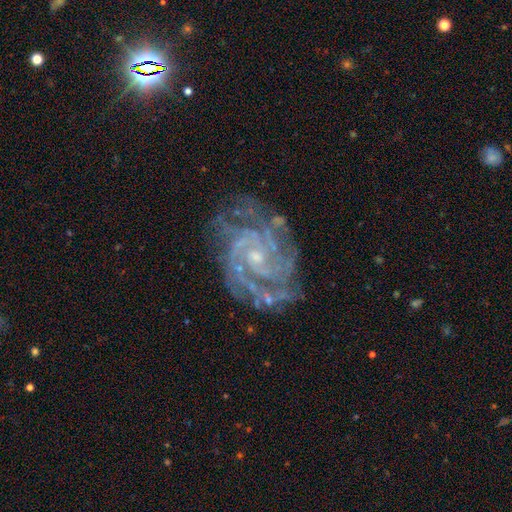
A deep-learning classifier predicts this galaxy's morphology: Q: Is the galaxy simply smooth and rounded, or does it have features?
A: featured or disk — 90%.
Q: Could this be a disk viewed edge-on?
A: no — 98%.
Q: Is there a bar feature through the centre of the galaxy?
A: no — 63%.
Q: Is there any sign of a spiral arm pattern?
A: yes — 98%.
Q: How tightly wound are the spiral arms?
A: tight — 70%.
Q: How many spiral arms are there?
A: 2 — 23%.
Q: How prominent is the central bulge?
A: small — 75%.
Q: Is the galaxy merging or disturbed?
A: none — 72%.